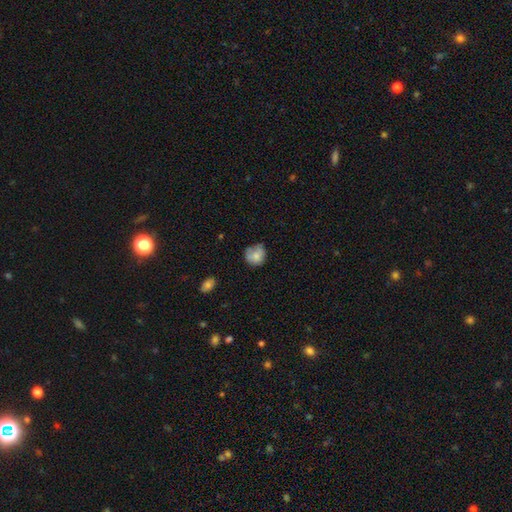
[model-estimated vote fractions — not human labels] A smooth galaxy with no disk features (73%) that is round (76%). Merging: none (51%).